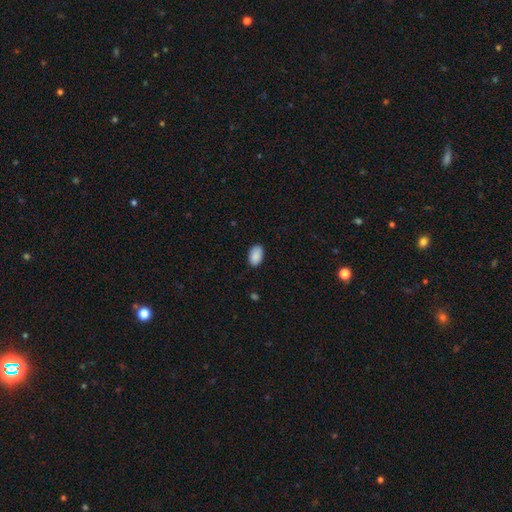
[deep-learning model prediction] This is clearly a smooth galaxy (90%). How rounded: clearly in between (91%). Merging: clearly none (84%).